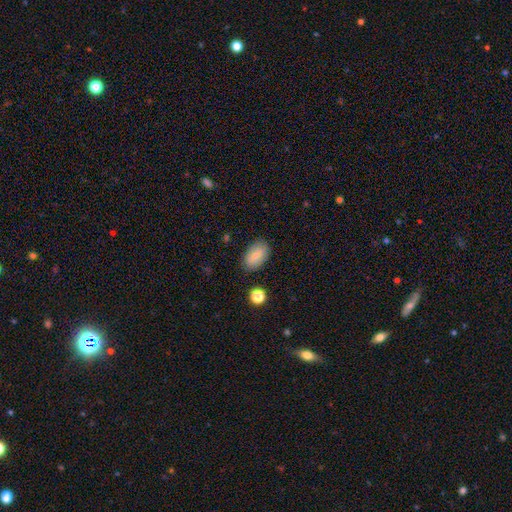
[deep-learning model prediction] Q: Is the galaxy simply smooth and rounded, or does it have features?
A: smooth — 80%.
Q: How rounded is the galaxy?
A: in between — 92%.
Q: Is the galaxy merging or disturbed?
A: none — 83%.